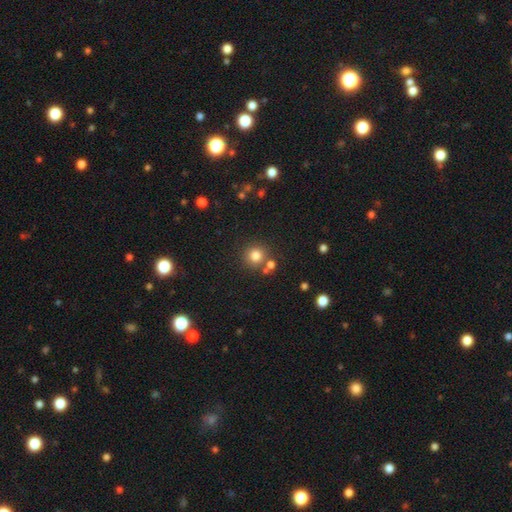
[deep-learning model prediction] Smooth or featured? smooth (79%)
How rounded? round (92%)
Merging? none (75%)